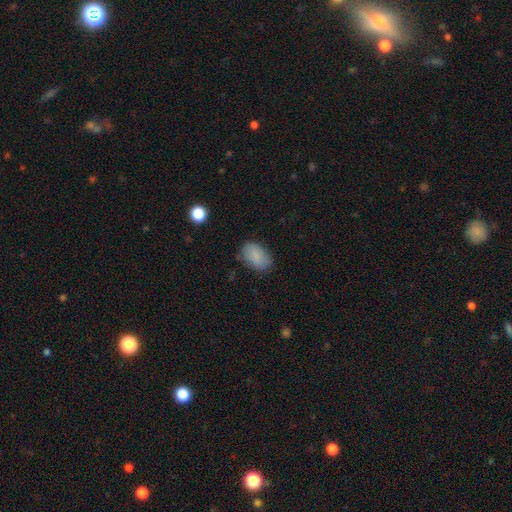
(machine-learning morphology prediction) Smooth or featured? Predicted: smooth (p=0.86). How rounded? Predicted: in between (p=0.90). Merging? Predicted: none (p=0.79).